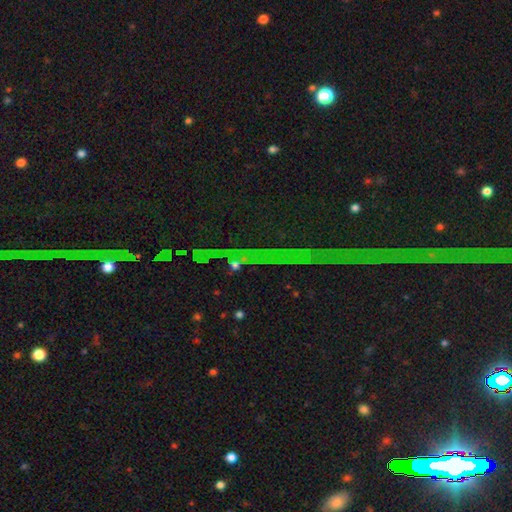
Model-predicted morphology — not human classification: Smooth or featured? Predicted: star or artifact (p=0.86).